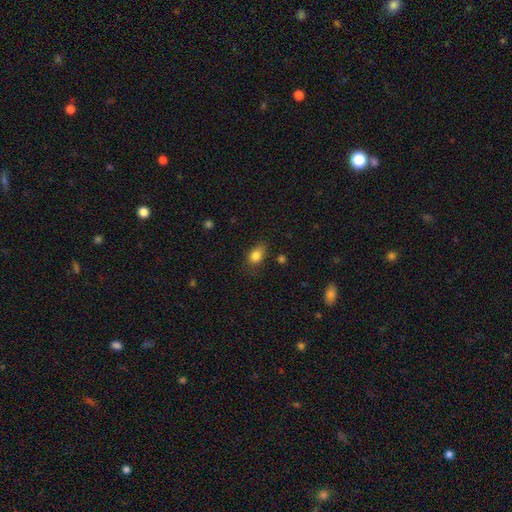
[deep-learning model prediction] Overall: smooth (83%). How rounded: in between (71%). Merging: none (69%).